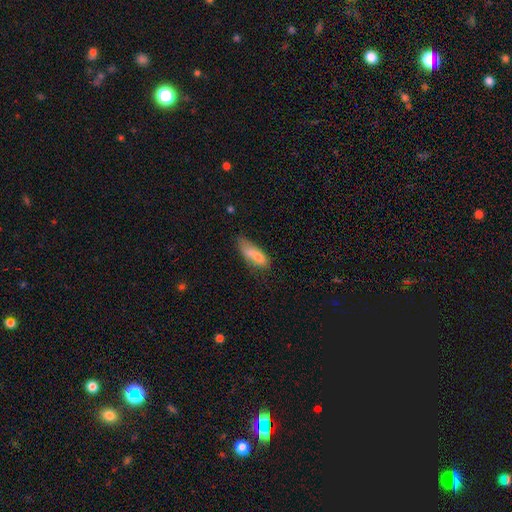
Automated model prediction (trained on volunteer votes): smooth_or_featured: smooth (p=0.75) [alt: featured or disk p=0.17]
how_rounded: in between (p=0.60) [alt: cigar-shaped p=0.37]
merging: none (p=0.41) [alt: minor disturbance p=0.30]